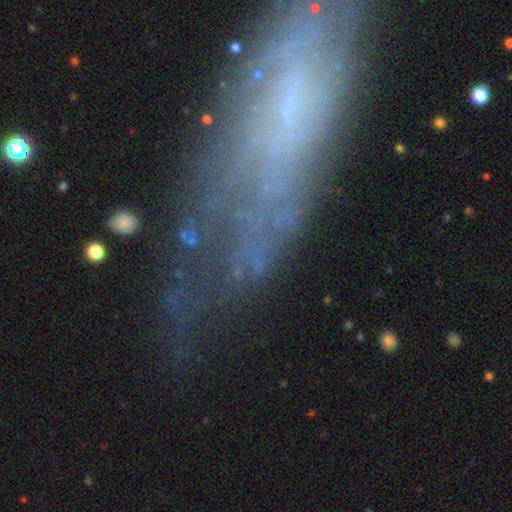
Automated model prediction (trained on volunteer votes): The model was most divided on "smooth or featured": featured or disk: 40%, star or artifact: 35%, smooth: 25%. More confident: merging — none (52%).